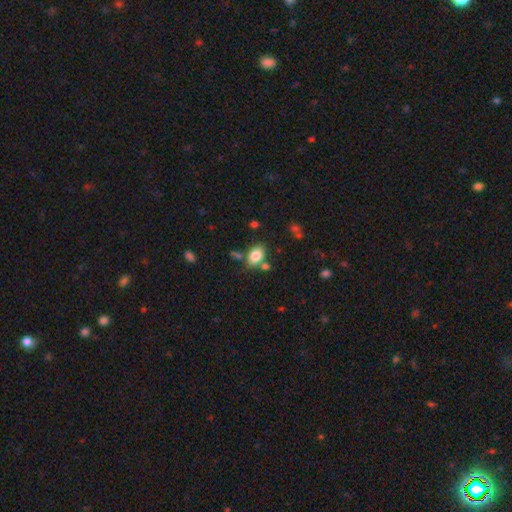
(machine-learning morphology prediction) Smooth or featured: smooth — 82% (featured or disk — 9%)
How rounded: in between — 86% (round — 13%)
Merging: none — 70% (minor disturbance — 14%)